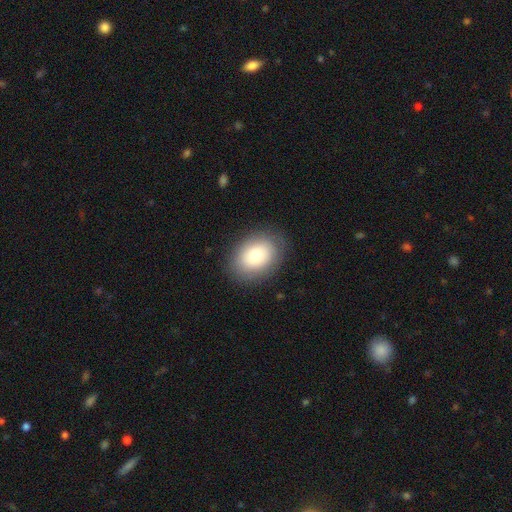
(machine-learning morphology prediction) The model was most divided on "how rounded": in between: 69%, round: 30%, cigar-shaped: 1%. More confident: merging — none (85%); smooth or featured — smooth (76%).